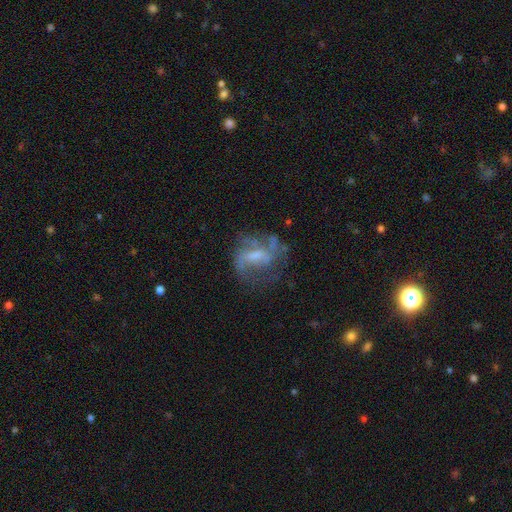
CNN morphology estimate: Smooth or featured? featured or disk (71%)
Edge-on disk? no (96%)
Bar? weak (47%)
Spiral arms? yes (70%)
Bulge size? small (33%)
Merging? none (46%)